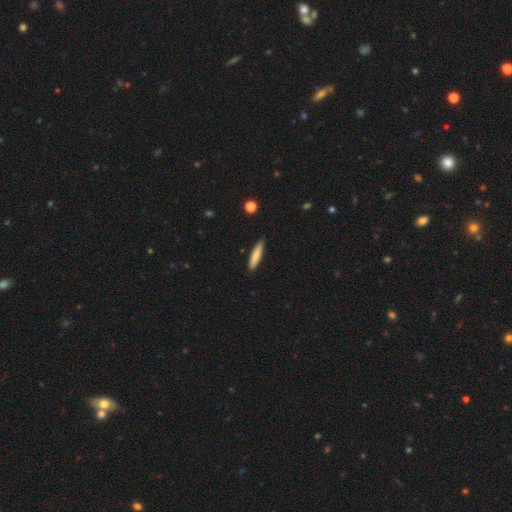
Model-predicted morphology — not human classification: Smooth or featured? smooth (81%)
How rounded? cigar-shaped (87%)
Merging? none (88%)